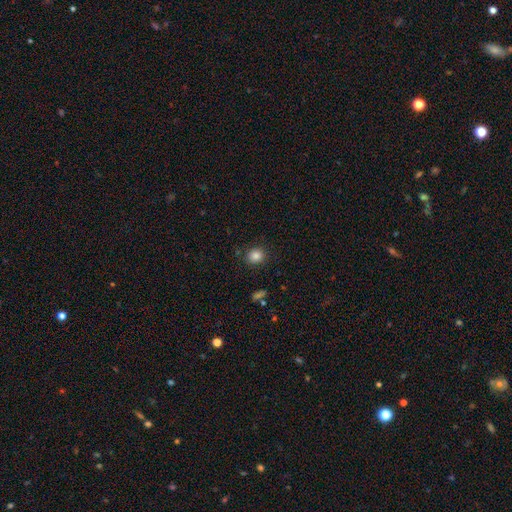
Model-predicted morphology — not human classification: The model was most divided on "how rounded": round: 74%, in between: 25%, cigar-shaped: 1%. More confident: merging — none (87%); smooth or featured — smooth (85%).